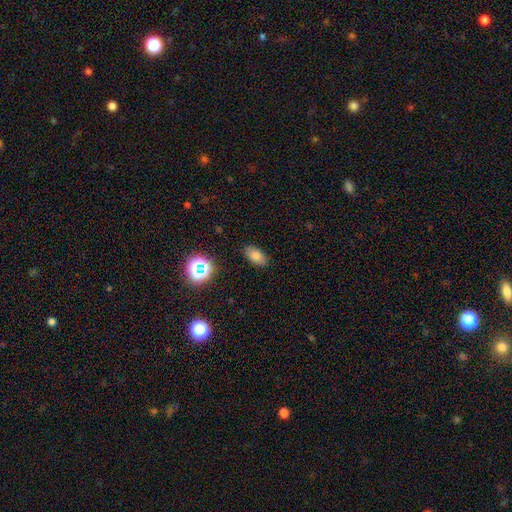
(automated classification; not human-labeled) A smooth galaxy with no disk features (76%) that is in between round and cigar-shaped (89%). Merging: none (86%).